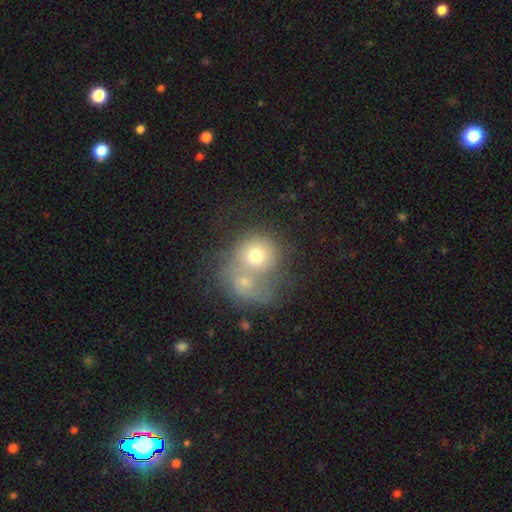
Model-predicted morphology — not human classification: A smooth galaxy with no disk features (63%) that is round (81%). Merging: merger (63%).